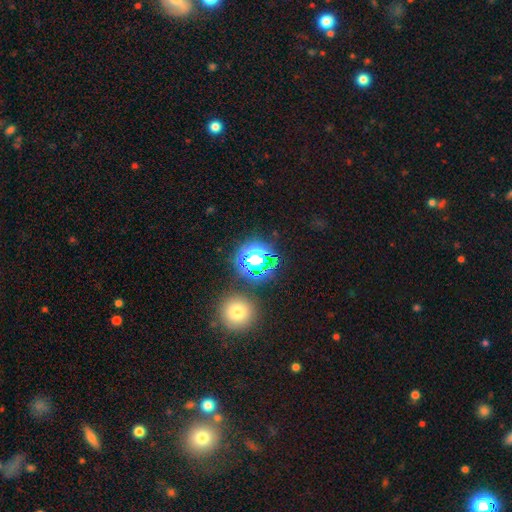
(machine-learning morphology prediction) This appears to be a star or artifact, not a galaxy (62%).